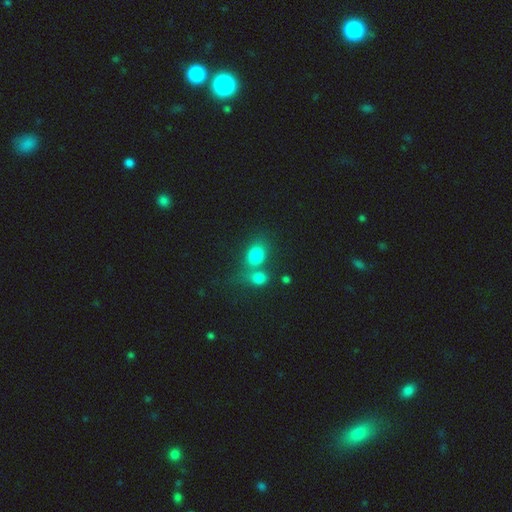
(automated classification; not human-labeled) This appears to be a smooth galaxy with no disk features (79%) that is in between round and cigar-shaped (50%). Merging: merger (45%).